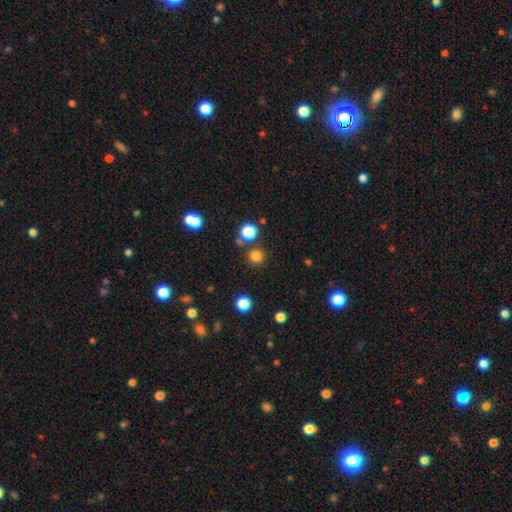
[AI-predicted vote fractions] smooth 79%, star or artifact 16%, featured or disk 5%. Down the decision tree: how rounded — round (94%); merging — none (82%).